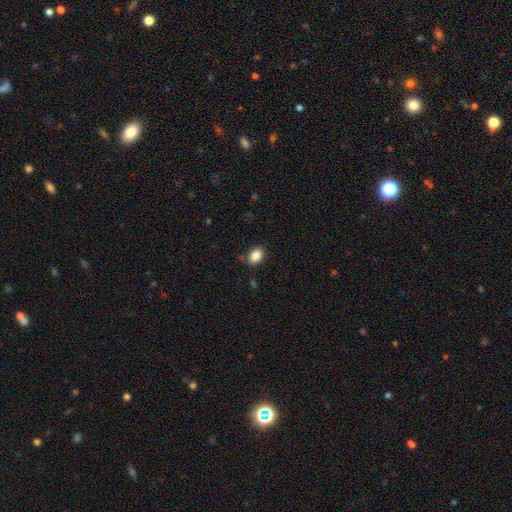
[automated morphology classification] smooth-or-featured: smooth: 86% | star or artifact: 9% | featured or disk: 5%
  how-rounded: in between: 79% | round: 20% | cigar-shaped: 1%
  merging: none: 85% | minor disturbance: 11% | major disturbance: 3% | merger: 2%